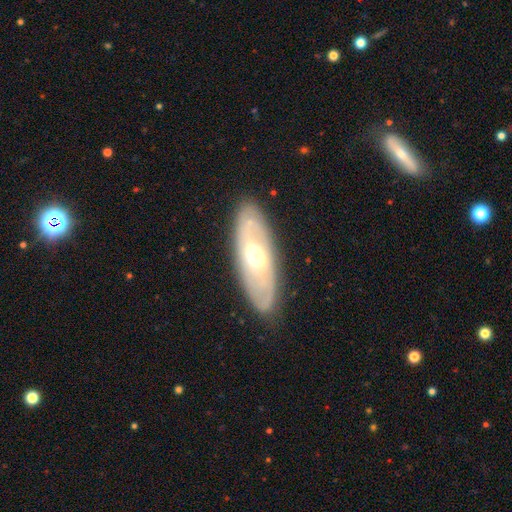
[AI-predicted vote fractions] Overall: featured or disk (64%; smooth 28%). Edge-on disk: no (77%). Merging: none (86%).